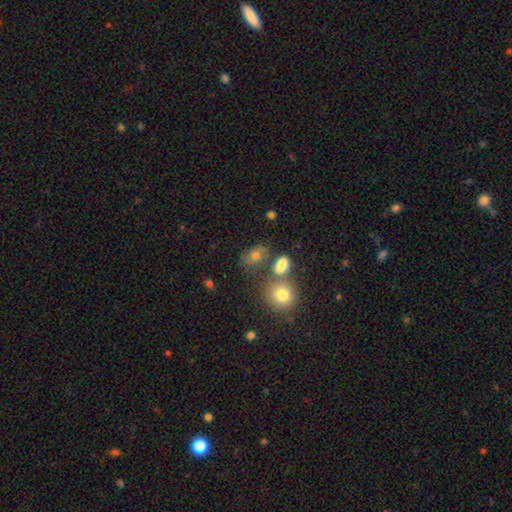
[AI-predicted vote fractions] The model was most divided on "merging": none: 54%, merger: 19%, minor disturbance: 18%, major disturbance: 9%. More confident: how rounded — in between (70%); smooth or featured — smooth (70%).